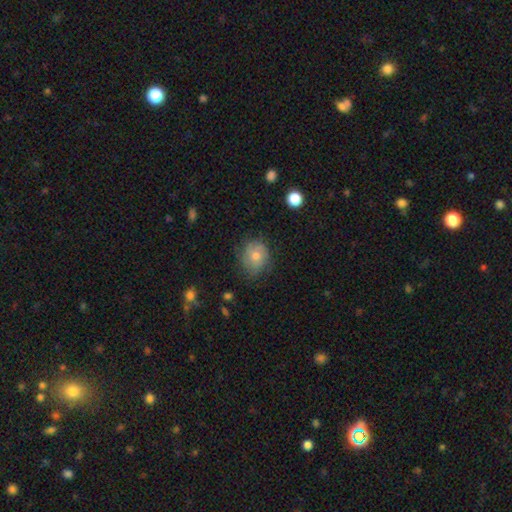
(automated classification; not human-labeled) Smooth or featured? smooth (66%)
How rounded? round (69%)
Merging? none (66%)